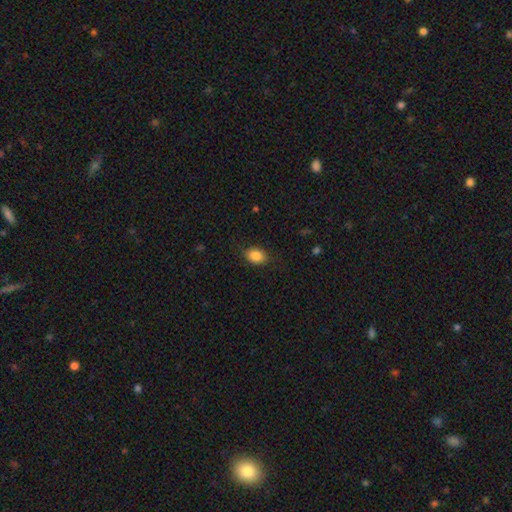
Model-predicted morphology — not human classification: Smooth or featured? smooth (86%)
How rounded? in between (69%)
Merging? none (83%)